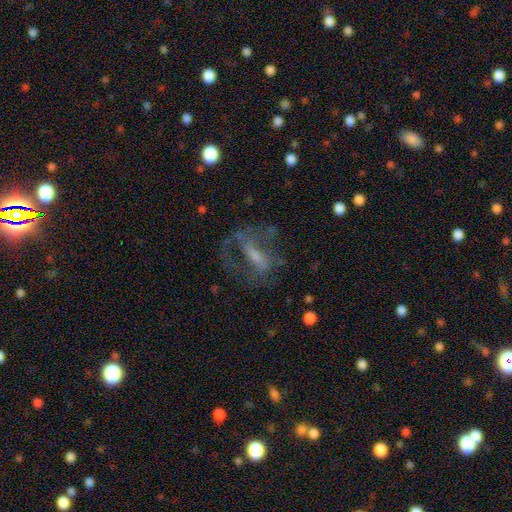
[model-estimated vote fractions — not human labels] featured or disk 62%, smooth 26%, star or artifact 13%. Down the decision tree: edge-on disk — no (88%); bar — strong (38%); spiral arms — yes (54%); bulge size — small (39%); merging — none (45%).